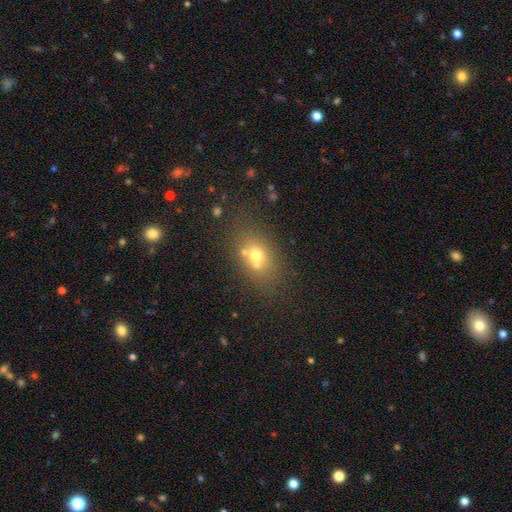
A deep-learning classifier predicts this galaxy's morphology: A smooth galaxy with no disk features (59%) that is in between round and cigar-shaped (53%). Merging: none (54%).